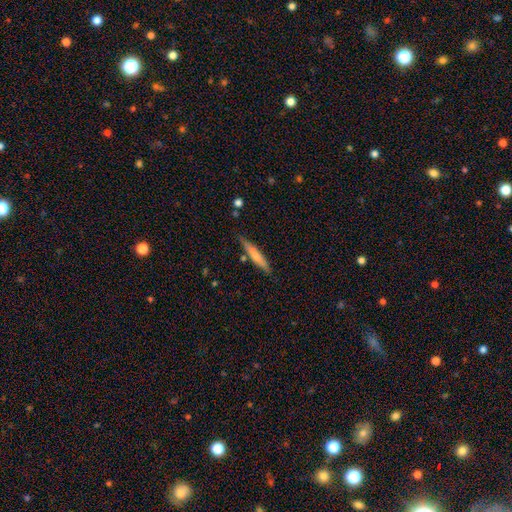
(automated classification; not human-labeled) Smooth or featured: smooth — 69% (featured or disk — 25%)
How rounded: cigar-shaped — 90% (in between — 9%)
Merging: none — 77% (minor disturbance — 16%)